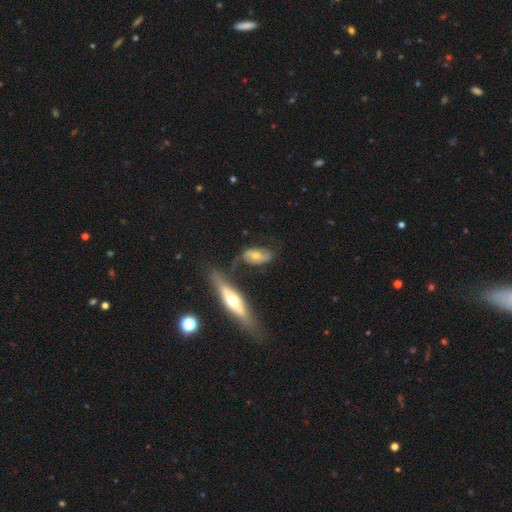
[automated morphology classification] Smooth or featured? Predicted: featured or disk (p=0.68). Edge-on disk? Predicted: no (p=0.82). Bar? Predicted: no (p=0.64). Spiral arms? Predicted: yes (p=0.77). Bulge size? Predicted: moderate (p=0.55). Merging? Predicted: none (p=0.59).